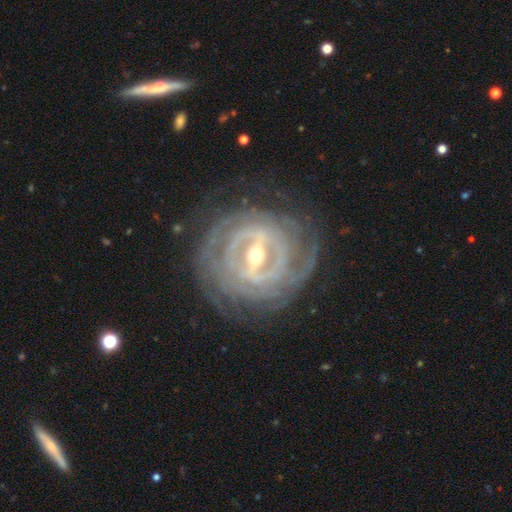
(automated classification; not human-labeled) Morphology: type=featured or disk (92%); edge-on=no (94%); bar=strong (71%); spiral arms=yes (95%); winding=tight (83%); arm count=can't tell (31%); bulge=moderate (51%); merging=none (82%).